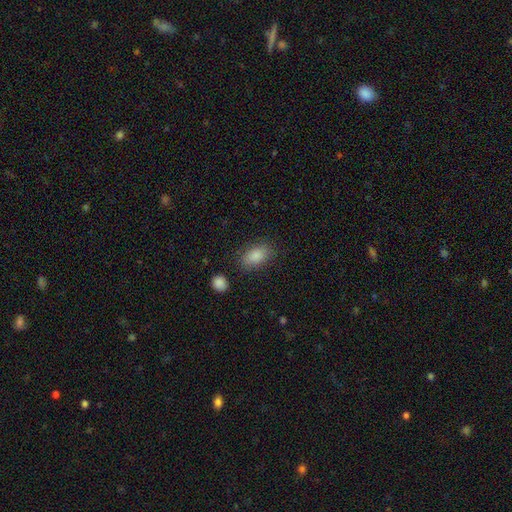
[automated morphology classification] smooth-or-featured: smooth: 86% | star or artifact: 8% | featured or disk: 6%
  how-rounded: in between: 89% | round: 8% | cigar-shaped: 2%
  merging: none: 80% | minor disturbance: 13% | major disturbance: 4% | merger: 2%